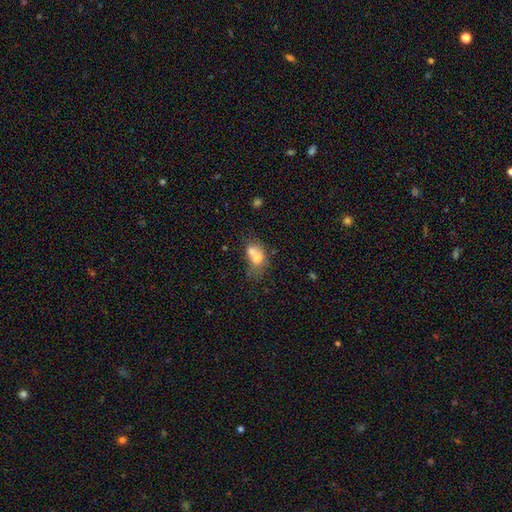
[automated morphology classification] Smooth or featured? smooth (64%)
How rounded? in between (59%)
Merging? merger (62%)